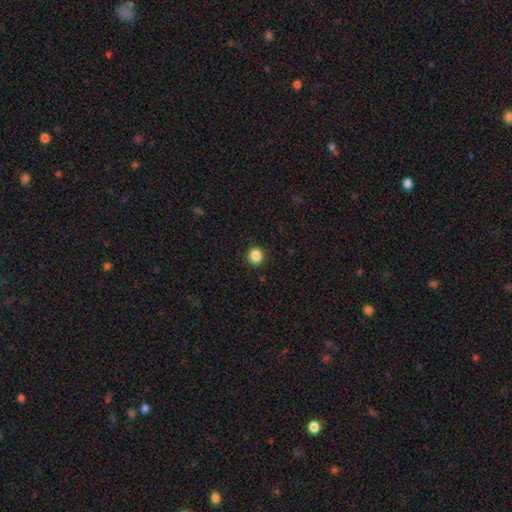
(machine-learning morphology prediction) Smooth or featured?
  - smooth: 87% *
  - star or artifact: 11%
  - featured or disk: 3%
How rounded?
  - round: 92% *
  - in between: 7%
  - cigar-shaped: 1%
Merging?
  - none: 92% *
  - minor disturbance: 5%
  - major disturbance: 2%
  - merger: 1%